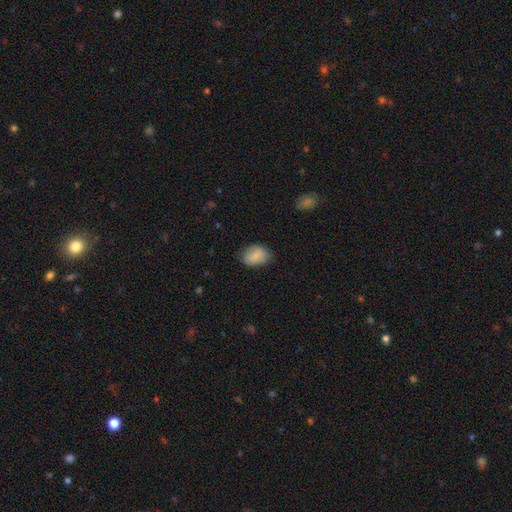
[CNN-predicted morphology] A smooth galaxy with no disk features (85%) that is in between round and cigar-shaped (75%).

Vote fractions:
- Smooth or featured? smooth: 85% / star or artifact: 8% / featured or disk: 7%
- How rounded? in between: 75% / round: 23% / cigar-shaped: 1%
- Merging? none: 74% / minor disturbance: 20% / major disturbance: 4% / merger: 1%